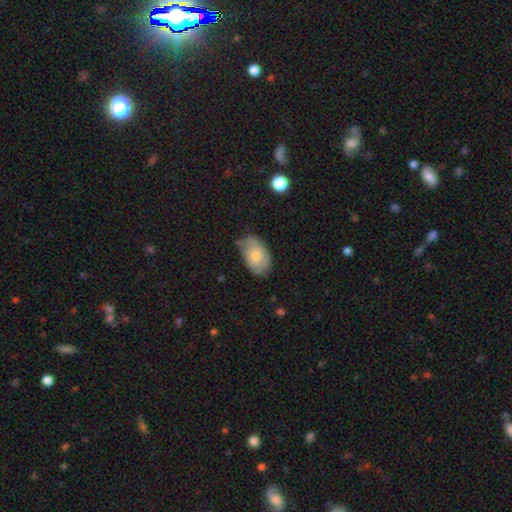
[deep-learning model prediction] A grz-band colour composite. It shows a smooth galaxy with no disk features (72%) that is in between round and cigar-shaped (91%). Merging: none (59%).